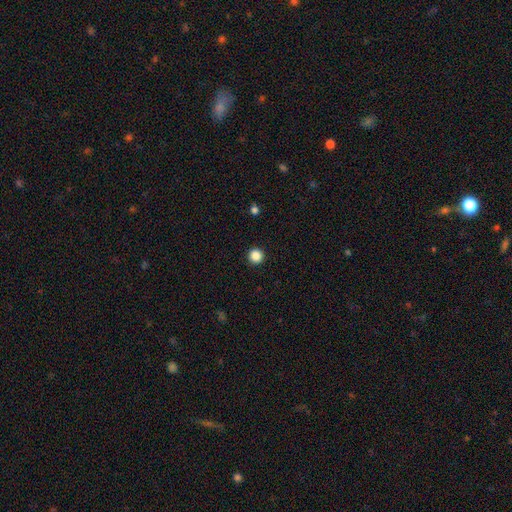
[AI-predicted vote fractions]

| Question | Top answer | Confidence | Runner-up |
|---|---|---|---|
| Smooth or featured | smooth | 87% | star or artifact (11%) |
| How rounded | round | 96% | in between (3%) |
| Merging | none | 94% | minor disturbance (4%) |